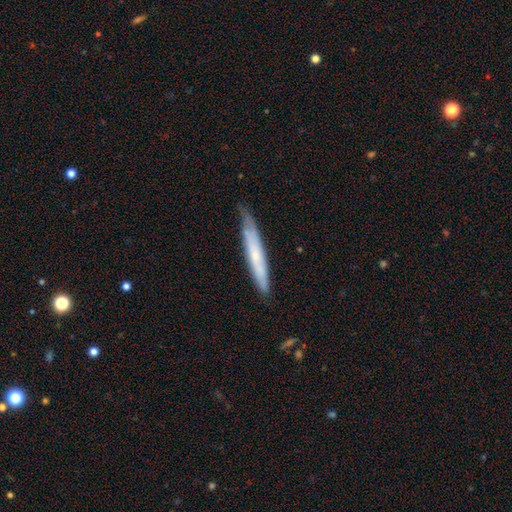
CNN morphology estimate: Smooth or featured: smooth — 48% (featured or disk — 46%)
Merging: none — 73% (minor disturbance — 22%)